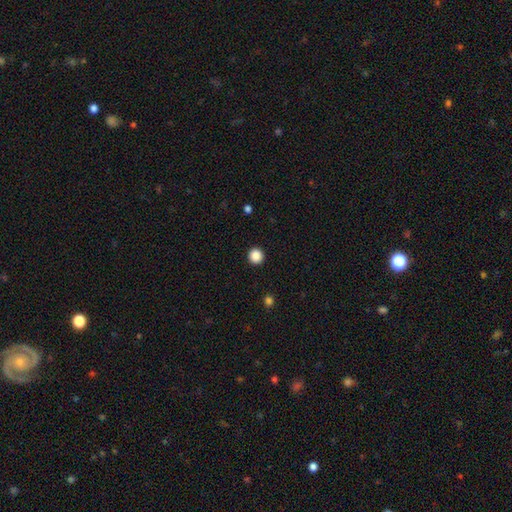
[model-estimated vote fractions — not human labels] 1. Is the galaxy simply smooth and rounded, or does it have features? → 88% smooth, 10% star or artifact, 2% featured or disk.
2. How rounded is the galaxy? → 95% round, 4% in between, 1% cigar-shaped.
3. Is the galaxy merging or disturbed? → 94% none, 4% minor disturbance, 1% major disturbance, 1% merger.